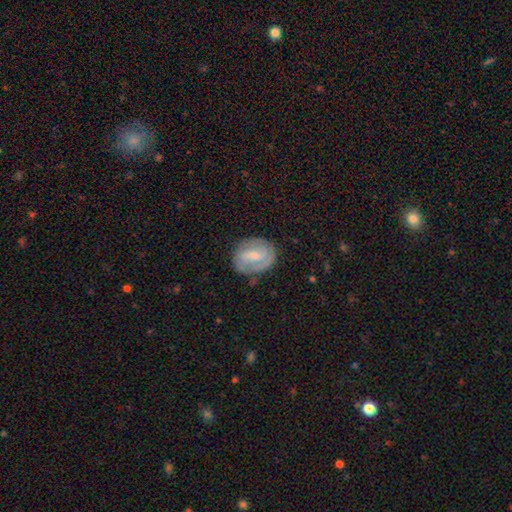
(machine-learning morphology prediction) Overall: featured or disk (61%; smooth 33%). Edge-on disk: no (97%). Bar: weak (51%; strong 25%). Spiral arms: yes (79%). Bulge size: small (40%; moderate 35%). Merging: none (70%).